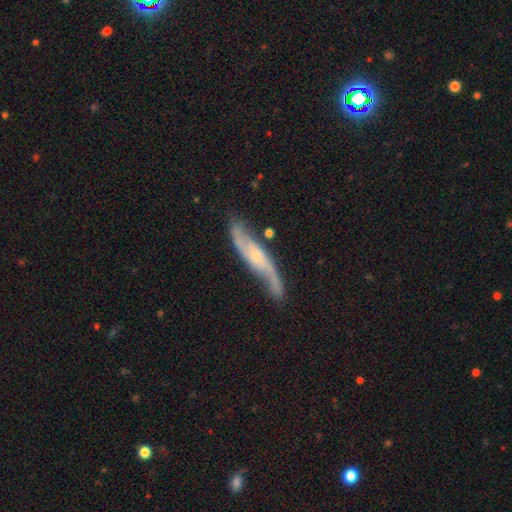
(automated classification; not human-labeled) Smooth or featured? Predicted: featured or disk (p=0.81). Edge-on disk? Predicted: no (p=0.72). Bar? Predicted: no (p=0.53). Spiral arms? Predicted: yes (p=0.95). Spiral winding? Predicted: loose (p=0.52). Spiral arm count? Predicted: 2 (p=0.90). Bulge size? Predicted: small (p=0.57). Merging? Predicted: none (p=0.71).